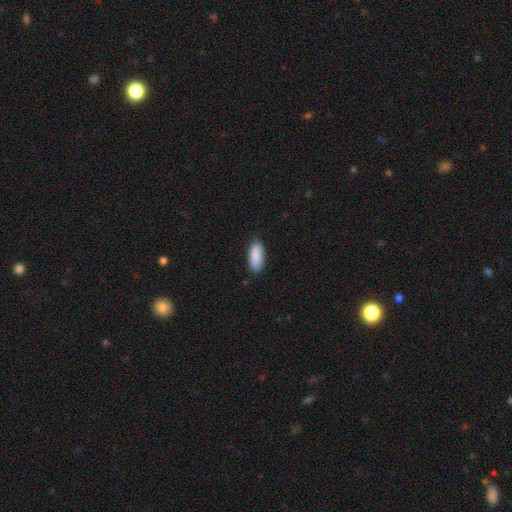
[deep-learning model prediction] Smooth or featured? Predicted: smooth (p=0.89). How rounded? Predicted: in between (p=0.78). Merging? Predicted: none (p=0.84).